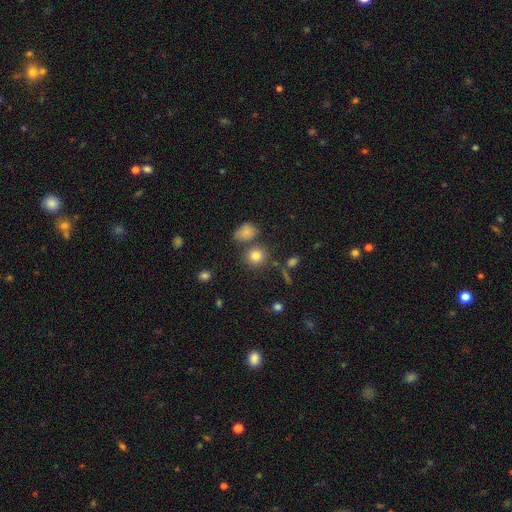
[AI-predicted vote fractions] Morphology: type=smooth (80%); roundness=round (86%); merging=none (72%).